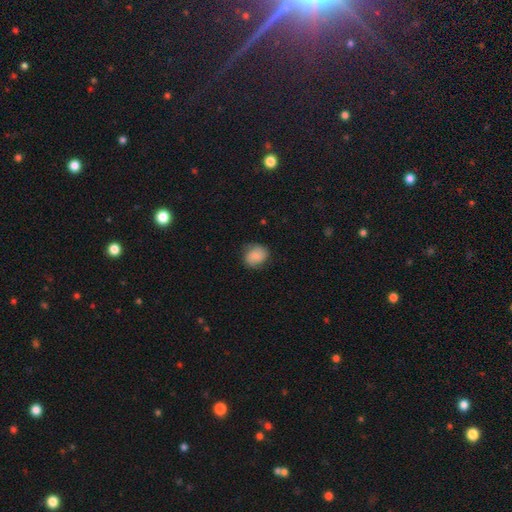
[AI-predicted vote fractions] Smooth or featured: smooth — 66% (featured or disk — 25%)
How rounded: round — 71% (in between — 28%)
Merging: none — 75% (minor disturbance — 18%)